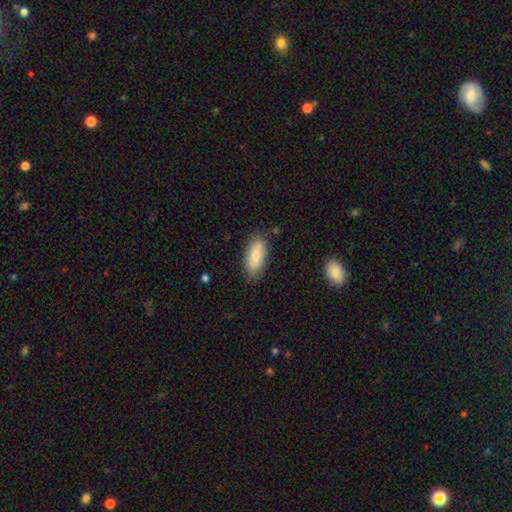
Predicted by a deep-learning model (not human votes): This is likely a smooth galaxy (78%). How rounded: clearly in between (84%). Merging: clearly none (81%).